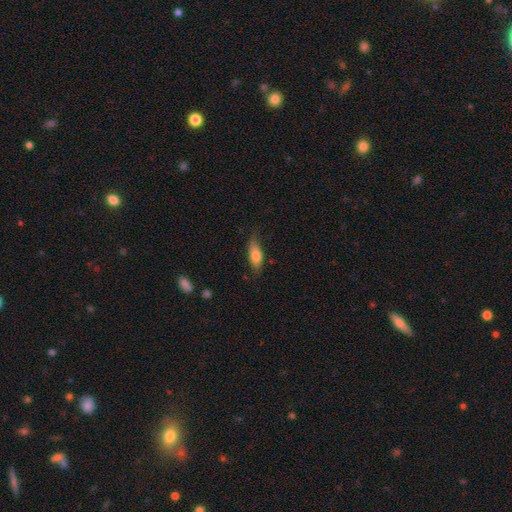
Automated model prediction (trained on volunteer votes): smooth-or-featured: smooth: 72% | featured or disk: 21% | star or artifact: 7%
  how-rounded: in between: 65% | cigar-shaped: 32% | round: 3%
  merging: none: 68% | minor disturbance: 25% | major disturbance: 6% | merger: 2%